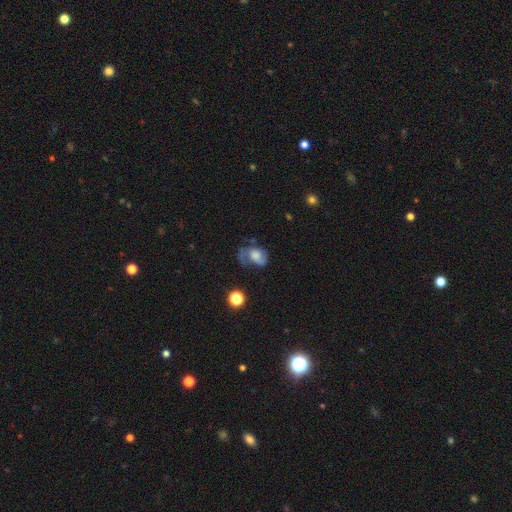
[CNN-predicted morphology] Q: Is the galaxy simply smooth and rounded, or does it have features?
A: featured or disk — 60%.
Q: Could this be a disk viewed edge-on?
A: no — 97%.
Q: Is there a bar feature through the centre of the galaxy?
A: no — 72%.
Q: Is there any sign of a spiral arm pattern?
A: yes — 82%.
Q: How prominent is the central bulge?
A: moderate — 31%.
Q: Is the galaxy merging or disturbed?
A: major disturbance — 36%.